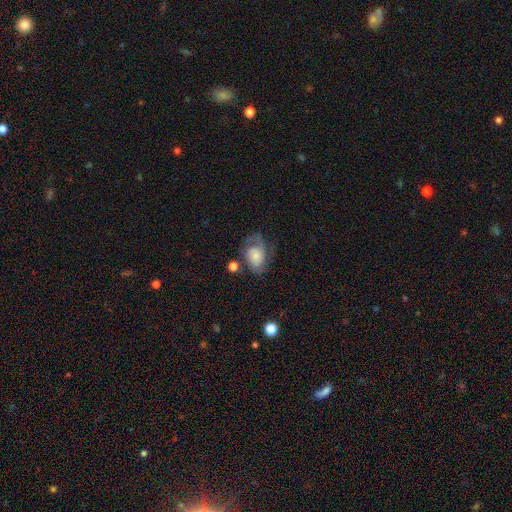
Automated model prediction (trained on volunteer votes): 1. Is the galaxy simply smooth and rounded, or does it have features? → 60% featured or disk, 33% smooth, 8% star or artifact.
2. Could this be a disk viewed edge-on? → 97% no, 3% yes.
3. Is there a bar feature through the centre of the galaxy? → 75% no, 22% weak, 4% strong.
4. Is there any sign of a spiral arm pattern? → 86% yes, 14% no.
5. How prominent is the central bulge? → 38% small, 23% moderate, 17% none, 16% large, 5% dominant.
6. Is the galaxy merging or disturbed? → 47% none, 24% minor disturbance, 23% major disturbance, 5% merger.